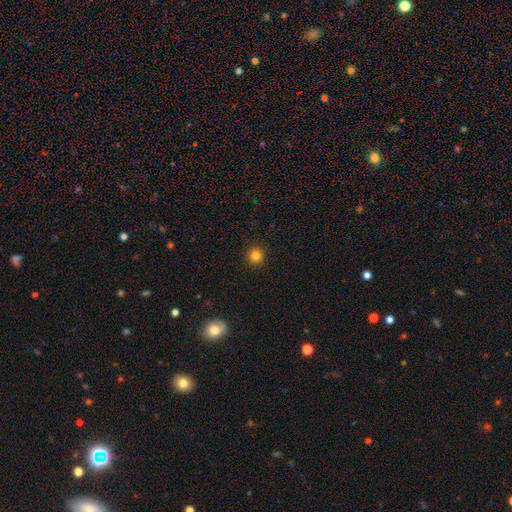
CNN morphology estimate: Smooth or featured?
  - smooth: 83% *
  - star or artifact: 13%
  - featured or disk: 5%
How rounded?
  - round: 95% *
  - in between: 4%
  - cigar-shaped: 1%
Merging?
  - none: 93% *
  - minor disturbance: 5%
  - major disturbance: 2%
  - merger: 1%